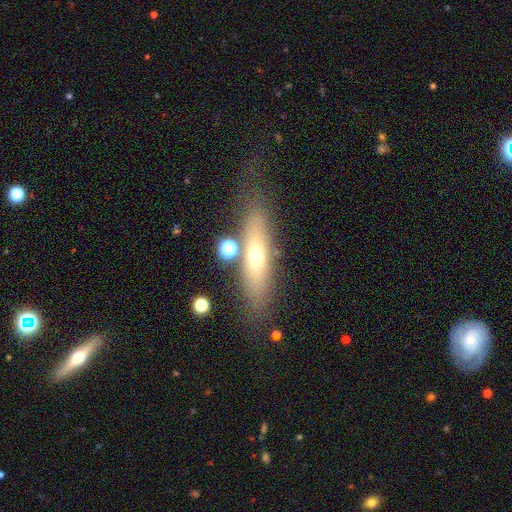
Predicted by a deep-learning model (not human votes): Smooth or featured: smooth — 51% (featured or disk — 39%)
How rounded: cigar-shaped — 66% (in between — 30%)
Merging: none — 71% (minor disturbance — 14%)